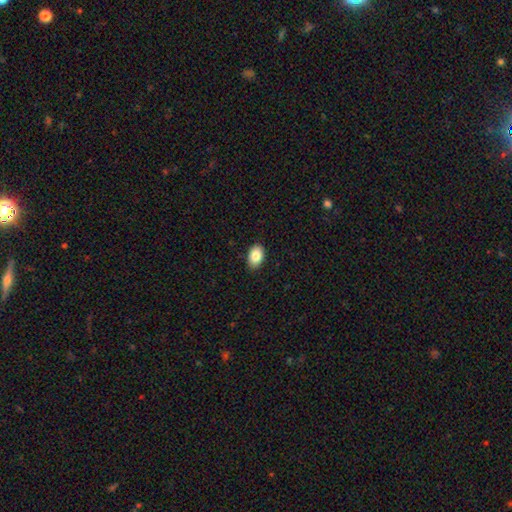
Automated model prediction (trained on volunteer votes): Smooth or featured?
  - smooth: 86% *
  - star or artifact: 8%
  - featured or disk: 6%
How rounded?
  - in between: 88% *
  - round: 11%
  - cigar-shaped: 1%
Merging?
  - none: 88% *
  - minor disturbance: 9%
  - major disturbance: 2%
  - merger: 1%